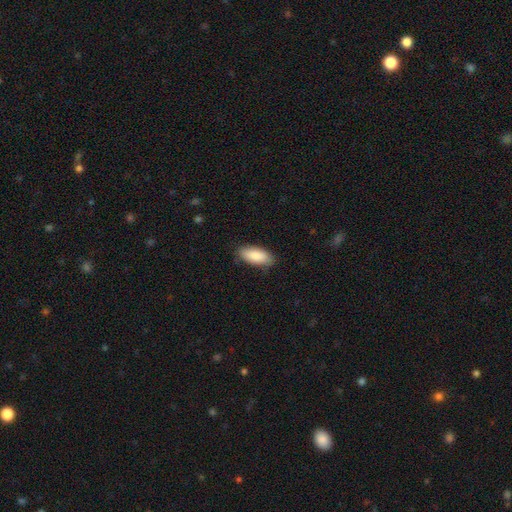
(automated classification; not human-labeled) Morphology: type=smooth (88%); roundness=in between (84%); merging=none (85%).